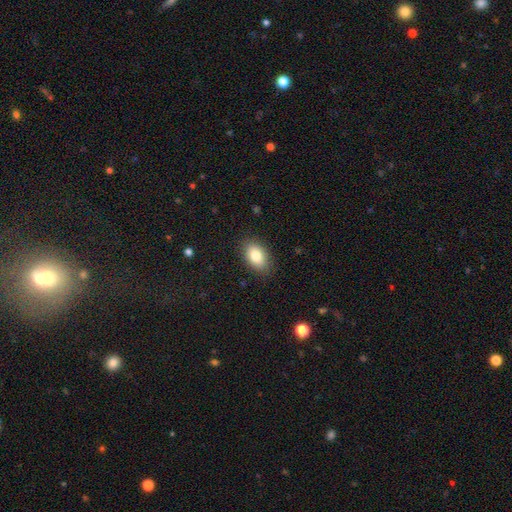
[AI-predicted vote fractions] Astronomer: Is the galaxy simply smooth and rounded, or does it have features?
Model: smooth — 83%.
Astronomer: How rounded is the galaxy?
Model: in between — 90%.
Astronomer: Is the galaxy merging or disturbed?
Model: none — 86%.